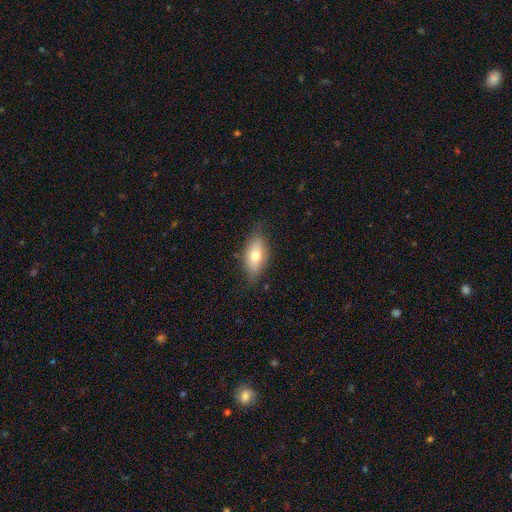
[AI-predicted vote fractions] smooth-or-featured: smooth: 69% | featured or disk: 23% | star or artifact: 8%
  how-rounded: in between: 87% | cigar-shaped: 7% | round: 6%
  merging: none: 75% | minor disturbance: 20% | major disturbance: 4% | merger: 1%